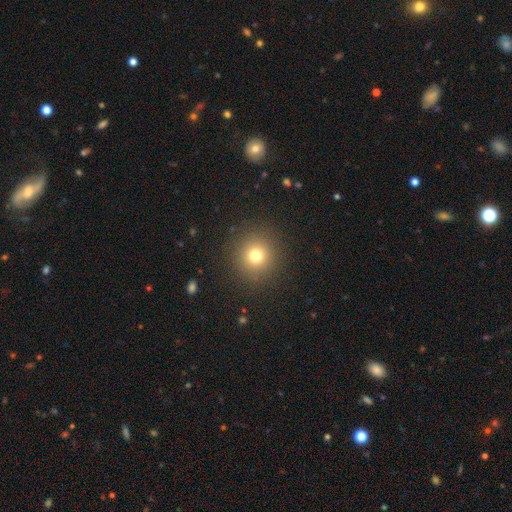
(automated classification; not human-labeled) The model was most divided on "smooth or featured": smooth: 75%, star or artifact: 16%, featured or disk: 9%. More confident: how rounded — round (94%); merging — none (90%).